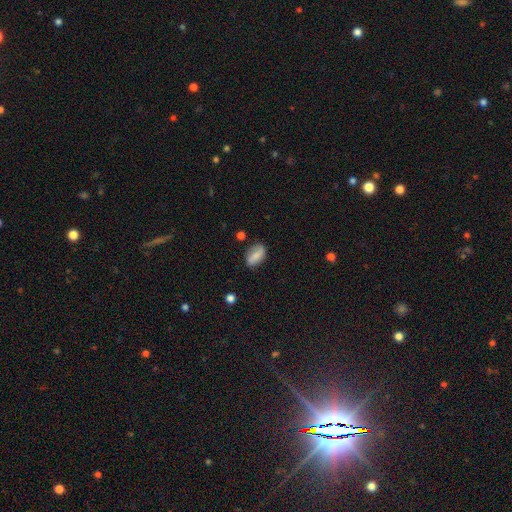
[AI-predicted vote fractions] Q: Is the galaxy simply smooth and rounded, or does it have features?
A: smooth — 68%.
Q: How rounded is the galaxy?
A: in between — 86%.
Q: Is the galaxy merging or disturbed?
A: none — 74%.